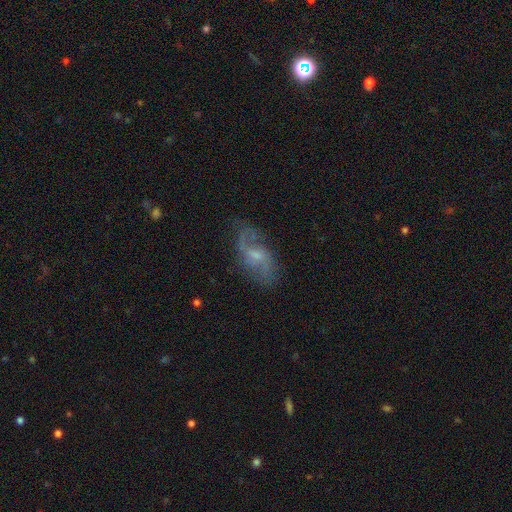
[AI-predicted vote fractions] This appears to be a featured or disk galaxy (75%) with a weak bar (51%), 2 (82%) loose (54%) spiral arms (89%) and a small central bulge (47%). Merging: none (69%).